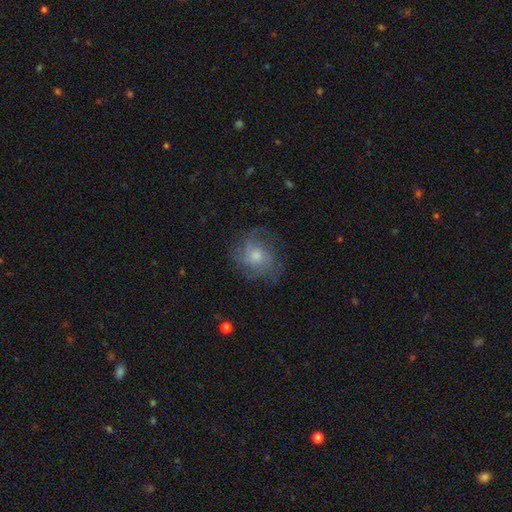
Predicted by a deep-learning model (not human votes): The model was most divided on "spiral winding": medium: 42%, tight: 38%, loose: 20%. Remaining: edge-on disk — no (97%); spiral arms — yes (88%); bar — no (75%); merging — none (71%); smooth or featured — featured or disk (65%); bulge size — moderate (50%); spiral arm count — can't tell (37%).